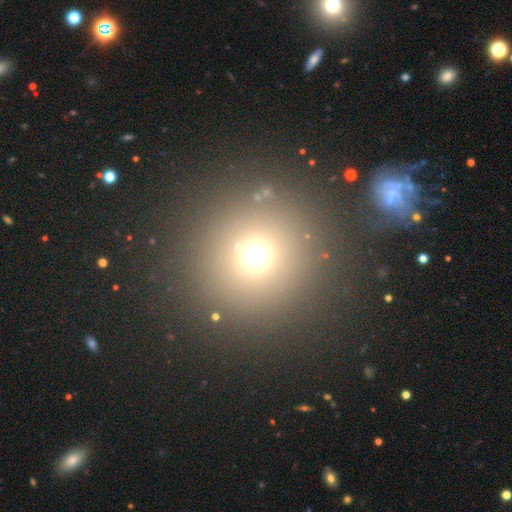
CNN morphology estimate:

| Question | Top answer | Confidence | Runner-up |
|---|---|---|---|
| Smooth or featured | smooth | 67% | star or artifact (24%) |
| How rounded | round | 95% | in between (4%) |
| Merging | none | 83% | merger (7%) |